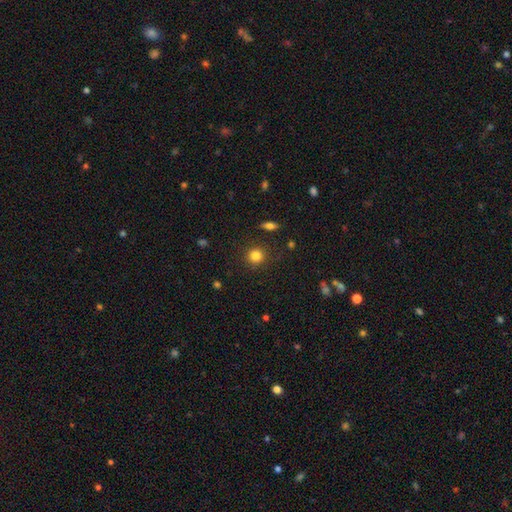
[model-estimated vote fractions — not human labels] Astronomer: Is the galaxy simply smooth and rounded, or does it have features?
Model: smooth — 83%.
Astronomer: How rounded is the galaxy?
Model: round — 91%.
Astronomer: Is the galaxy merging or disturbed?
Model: none — 88%.